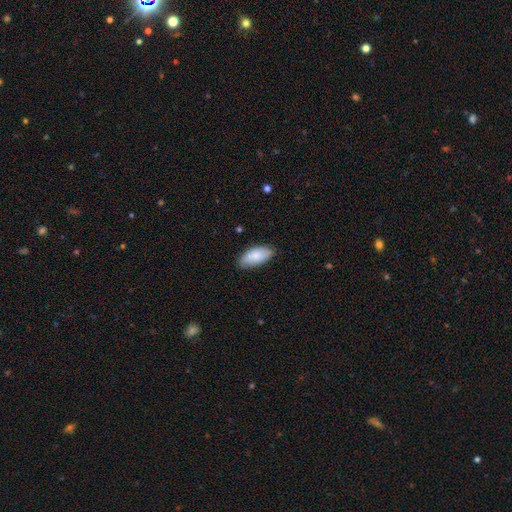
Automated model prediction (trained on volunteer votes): Morphology: type=smooth (84%); roundness=in between (91%); merging=none (80%).